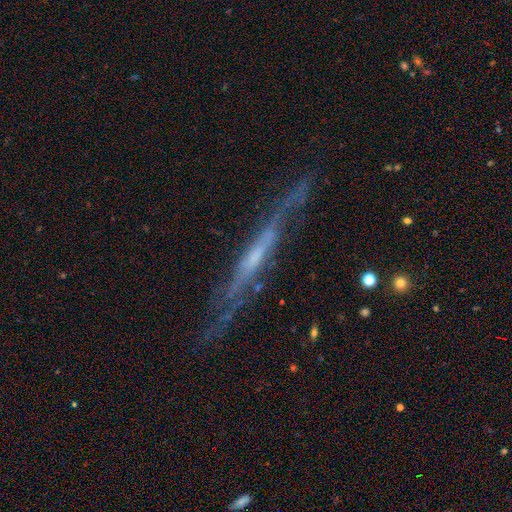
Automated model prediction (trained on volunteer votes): Morphology: type=featured or disk (78%); edge-on=yes (79%); edge-on bulge=none (60%); merging=none (70%).